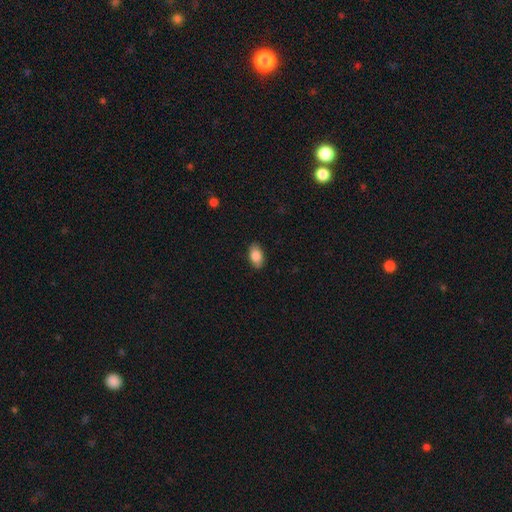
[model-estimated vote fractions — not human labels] This appears to be a smooth galaxy with no disk features (86%) that is in between round and cigar-shaped (92%). Merging: none (87%).